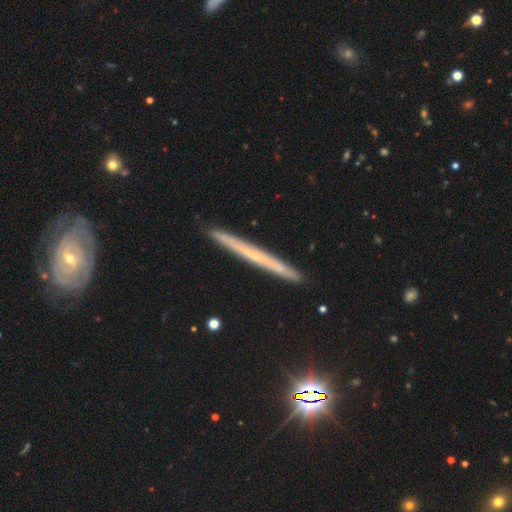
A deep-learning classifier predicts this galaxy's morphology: Overall: featured or disk (62%; smooth 29%). Edge-on disk: yes (96%). Edge-on bulge: none (74%). Merging: none (89%).